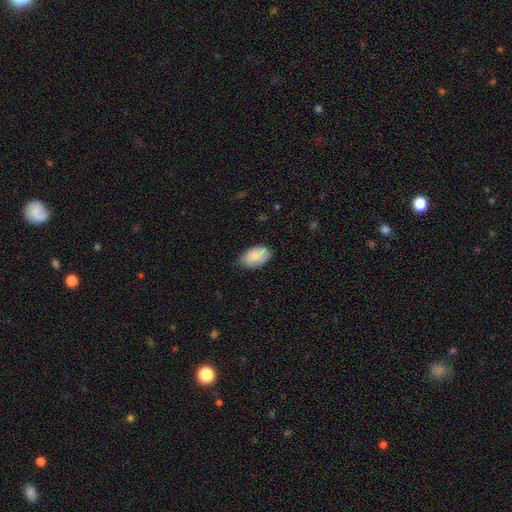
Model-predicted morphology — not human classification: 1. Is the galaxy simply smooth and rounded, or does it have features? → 82% smooth, 12% featured or disk, 6% star or artifact.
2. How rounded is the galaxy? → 93% in between, 6% round, 1% cigar-shaped.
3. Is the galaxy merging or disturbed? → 67% none, 27% minor disturbance, 4% major disturbance, 1% merger.